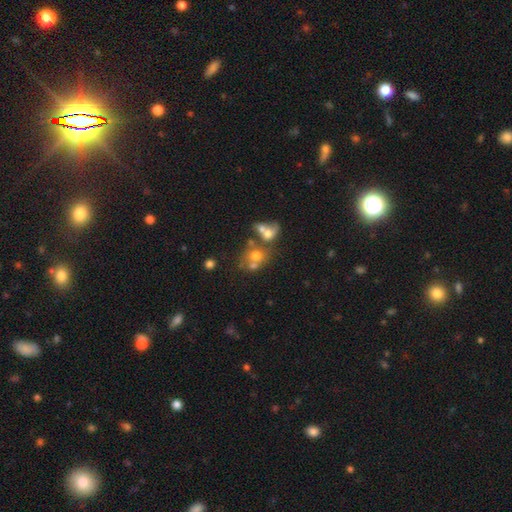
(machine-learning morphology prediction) smooth-or-featured: smooth: 58% | featured or disk: 26% | star or artifact: 15%
  how-rounded: round: 62% | in between: 37% | cigar-shaped: 1%
  merging: merger: 52% | none: 28% | minor disturbance: 10% | major disturbance: 10%